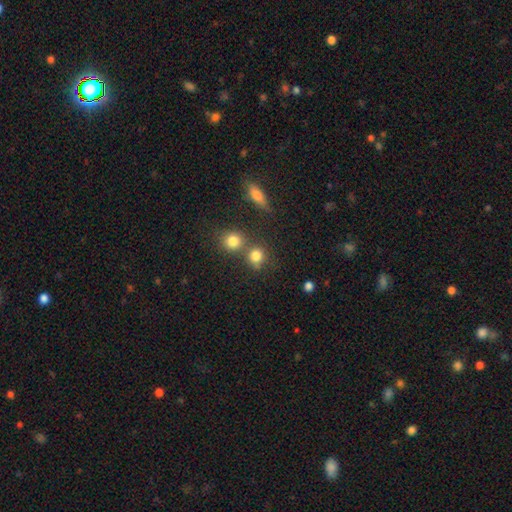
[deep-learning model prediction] Smooth or featured: smooth — 81% (star or artifact — 13%)
How rounded: round — 82% (in between — 16%)
Merging: none — 57% (merger — 30%)